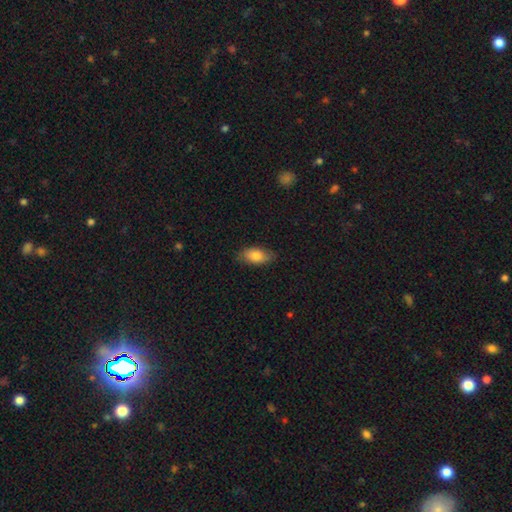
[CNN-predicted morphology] The model was most divided on "merging": none: 81%, minor disturbance: 15%, major disturbance: 3%, merger: 1%. More confident: how rounded — in between (90%); smooth or featured — smooth (80%).